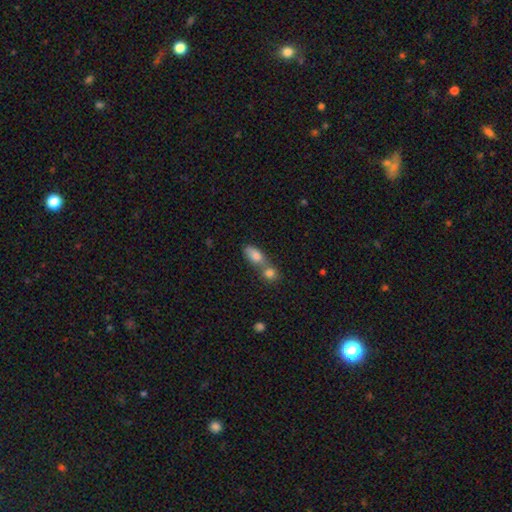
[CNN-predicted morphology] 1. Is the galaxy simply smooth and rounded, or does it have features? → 80% smooth, 11% featured or disk, 9% star or artifact.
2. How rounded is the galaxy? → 78% in between, 14% round, 8% cigar-shaped.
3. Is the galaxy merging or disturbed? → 59% merger, 29% none, 8% minor disturbance, 4% major disturbance.